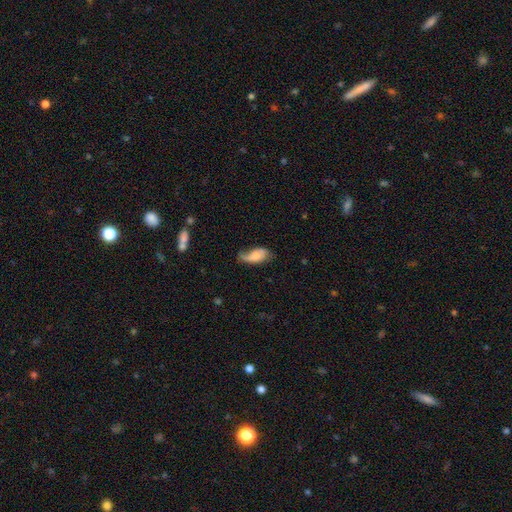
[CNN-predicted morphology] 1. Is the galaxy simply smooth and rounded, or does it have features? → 52% smooth, 40% featured or disk, 8% star or artifact.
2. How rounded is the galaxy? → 89% in between, 8% cigar-shaped, 4% round.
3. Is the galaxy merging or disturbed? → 38% none, 35% minor disturbance, 24% major disturbance, 3% merger.